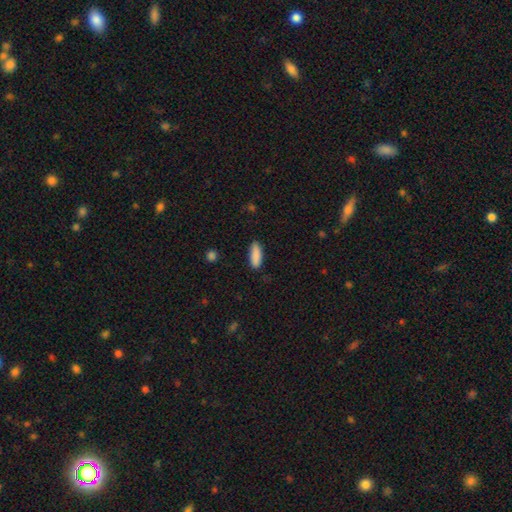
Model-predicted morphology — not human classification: Smooth or featured: smooth — 89% (star or artifact — 6%)
How rounded: in between — 67% (cigar-shaped — 31%)
Merging: none — 86% (minor disturbance — 11%)